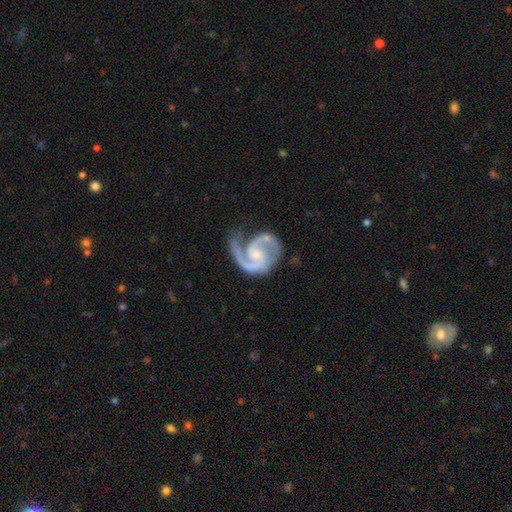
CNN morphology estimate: Smooth or featured: featured or disk — 93% (smooth — 4%)
Edge-on disk: no — 98% (yes — 2%)
Bar: no — 54% (weak — 37%)
Spiral arms: yes — 98% (no — 2%)
Spiral winding: medium — 58% (tight — 29%)
Spiral arm count: 2 — 87% (1 — 6%)
Bulge size: small — 54% (moderate — 26%)
Merging: none — 60% (minor disturbance — 23%)